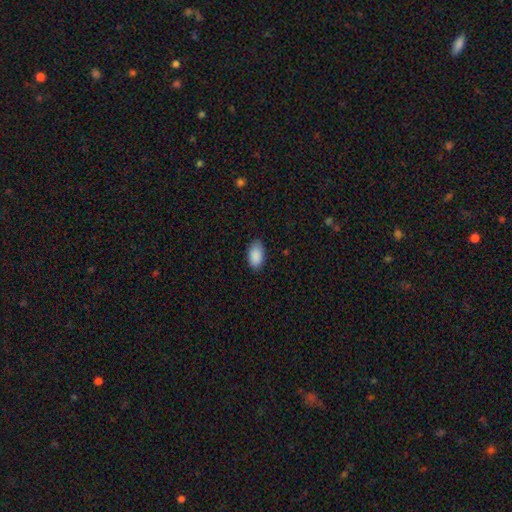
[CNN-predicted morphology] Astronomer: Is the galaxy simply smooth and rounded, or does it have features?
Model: smooth — 90%.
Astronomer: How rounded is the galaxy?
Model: in between — 95%.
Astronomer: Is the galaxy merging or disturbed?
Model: none — 85%.